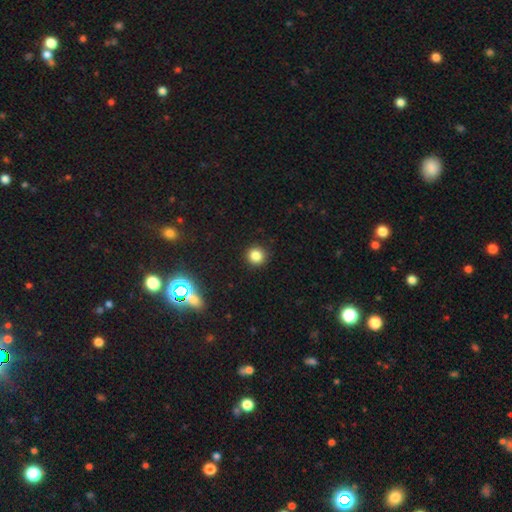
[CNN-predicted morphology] smooth_or_featured: smooth (p=0.82) [alt: star or artifact p=0.14]
how_rounded: round (p=0.93) [alt: in between p=0.06]
merging: none (p=0.91) [alt: minor disturbance p=0.06]